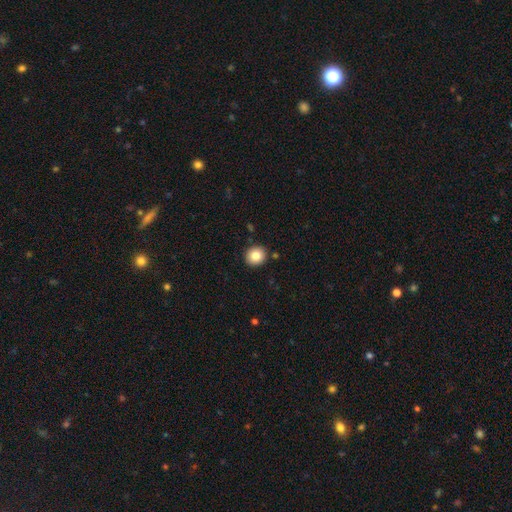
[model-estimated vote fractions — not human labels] This is clearly a smooth galaxy (84%). How rounded: clearly round (88%). Merging: clearly none (90%).